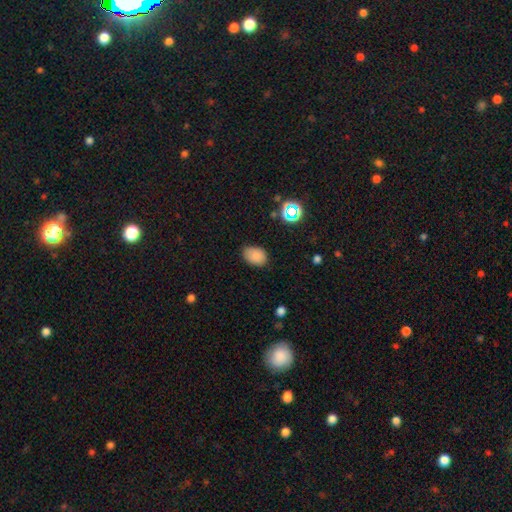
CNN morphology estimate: This is clearly a smooth galaxy (82%). How rounded: likely in between (80%). Merging: likely none (78%).